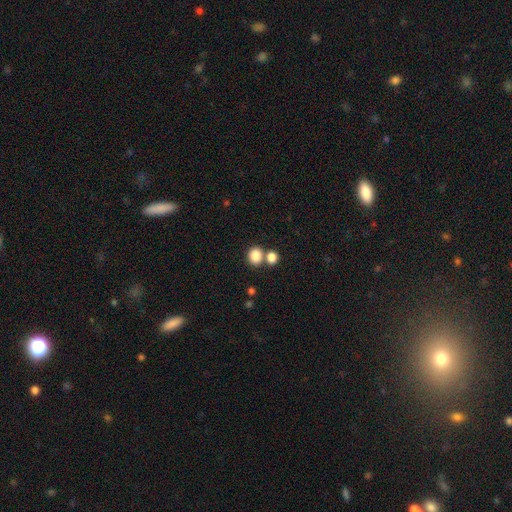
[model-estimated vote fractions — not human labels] This appears to be a smooth galaxy with no disk features (84%) that is round (74%). Merging: none (60%).